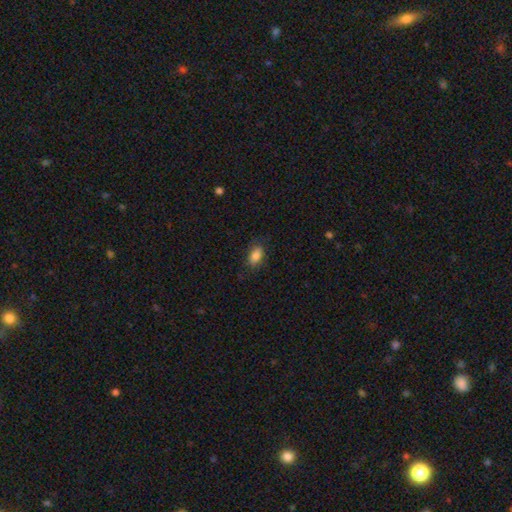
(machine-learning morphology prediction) Smooth or featured: smooth — 85% (star or artifact — 8%)
How rounded: in between — 91% (round — 6%)
Merging: none — 81% (minor disturbance — 14%)